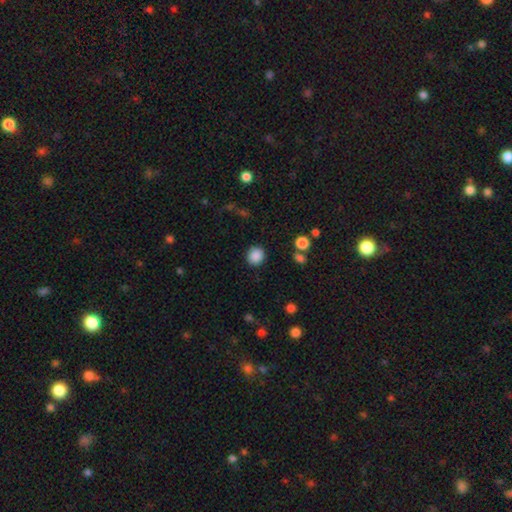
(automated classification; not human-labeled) smooth_or_featured: smooth (p=0.88) [alt: star or artifact p=0.09]
how_rounded: round (p=0.84) [alt: in between p=0.16]
merging: none (p=0.89) [alt: minor disturbance p=0.07]